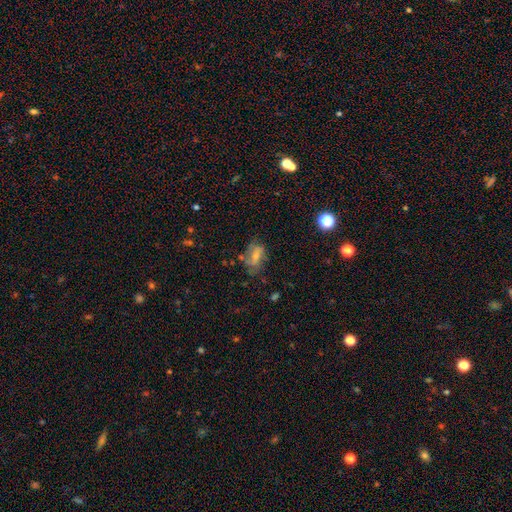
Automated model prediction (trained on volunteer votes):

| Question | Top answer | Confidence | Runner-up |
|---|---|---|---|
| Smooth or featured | smooth | 49% | featured or disk (40%) |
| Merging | none | 51% | minor disturbance (27%) |